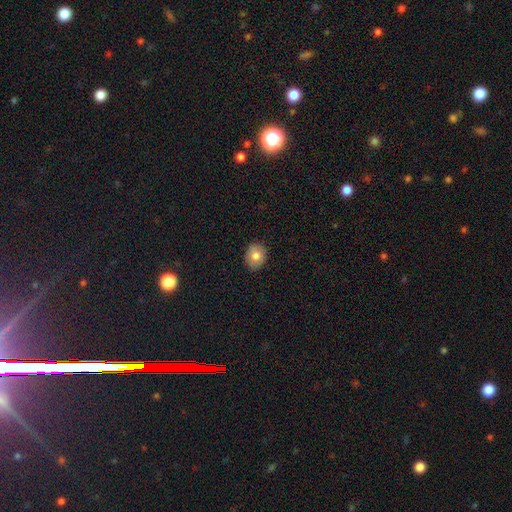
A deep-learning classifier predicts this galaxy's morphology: Smooth or featured? smooth (80%)
How rounded? round (53%)
Merging? none (87%)